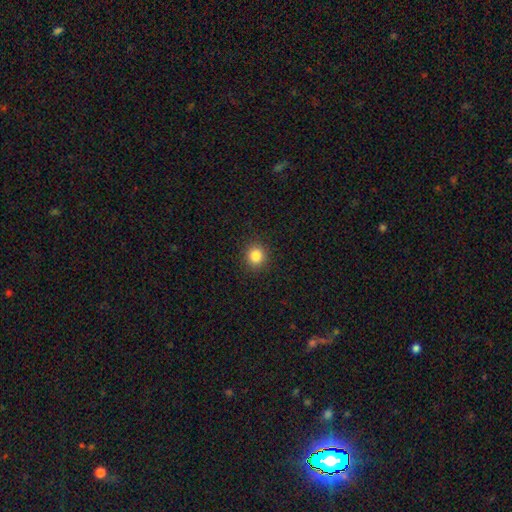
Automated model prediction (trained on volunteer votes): Smooth or featured? Predicted: smooth (p=0.84). How rounded? Predicted: round (p=0.89). Merging? Predicted: none (p=0.91).